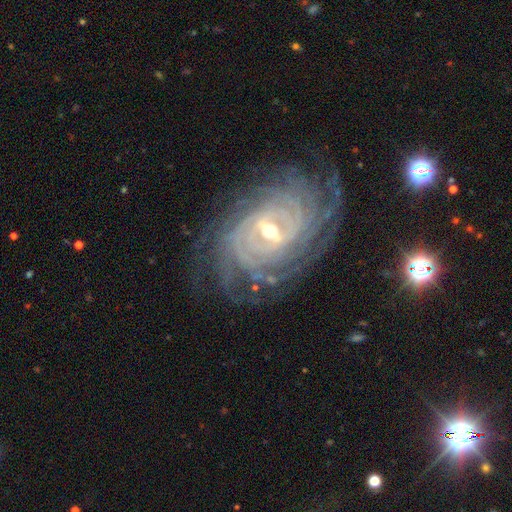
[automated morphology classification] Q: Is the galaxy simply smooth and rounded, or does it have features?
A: featured or disk — 92%.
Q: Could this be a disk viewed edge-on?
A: no — 96%.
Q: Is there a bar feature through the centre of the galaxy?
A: strong — 44%.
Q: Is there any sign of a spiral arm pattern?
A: yes — 98%.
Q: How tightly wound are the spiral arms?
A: tight — 83%.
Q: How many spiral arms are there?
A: more than 4 — 29%.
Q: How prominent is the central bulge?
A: moderate — 50%.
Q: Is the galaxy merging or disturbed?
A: none — 77%.